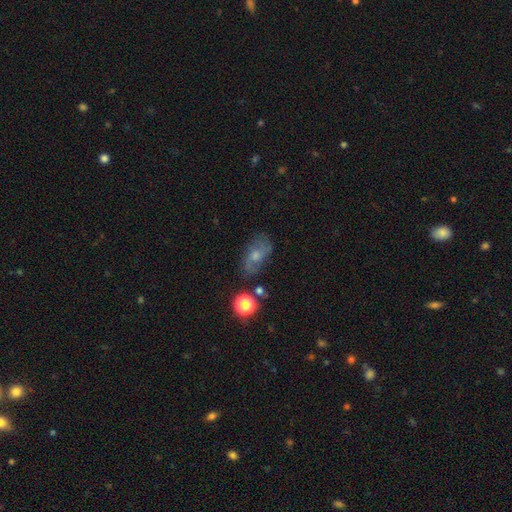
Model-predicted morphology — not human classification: Smooth or featured?
  - featured or disk: 52% *
  - smooth: 31%
  - star or artifact: 17%
Edge-on disk?
  - no: 92% *
  - yes: 8%
Merging?
  - none: 70% *
  - minor disturbance: 19%
  - major disturbance: 7%
  - merger: 4%